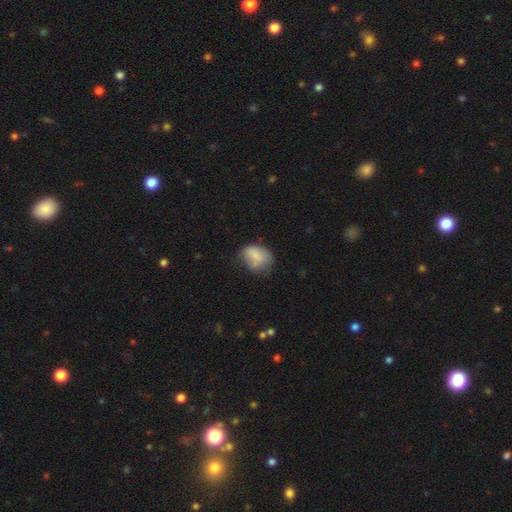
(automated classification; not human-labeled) smooth 73%, featured or disk 18%, star or artifact 9%. Down the decision tree: how rounded — in between (68%); merging — none (43%).